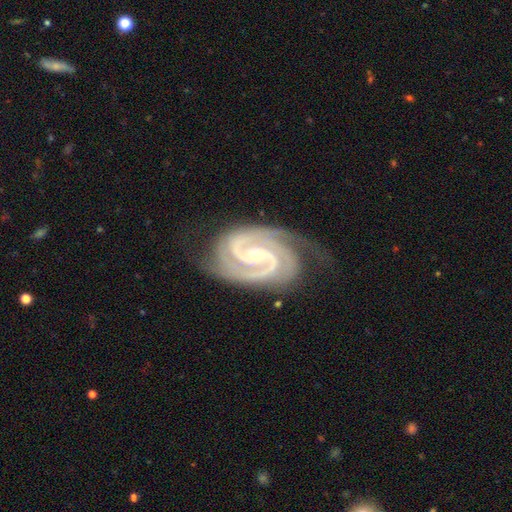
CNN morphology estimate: This appears to be a featured or disk galaxy (94%) with no bar (38%), 2 (76%) tight (56%) spiral arms (99%) and a small central bulge (68%). Merging: none (71%).